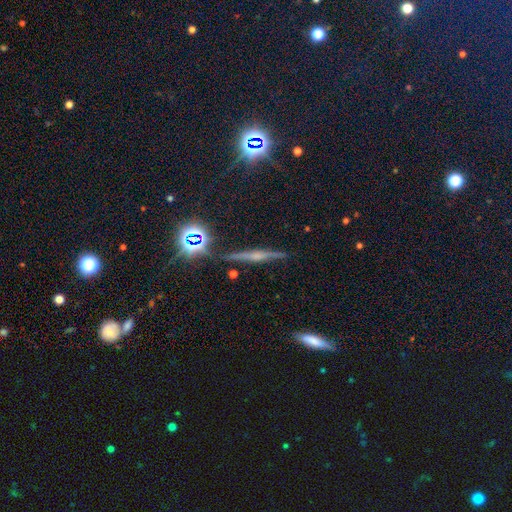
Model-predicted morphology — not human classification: A featured or disk galaxy (58%) viewed edge-on (95%) with a rounded central bulge (67%). Merging: none (86%).